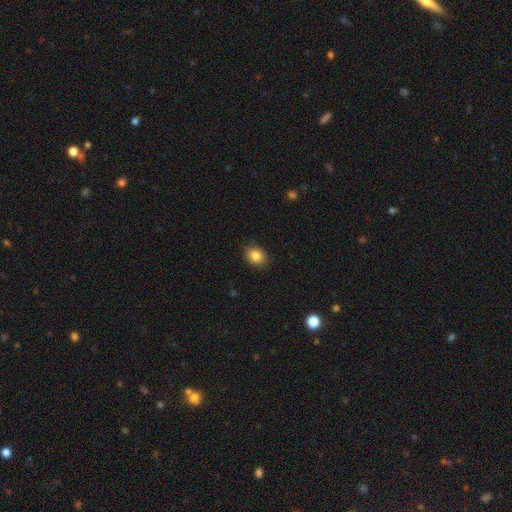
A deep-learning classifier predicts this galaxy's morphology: Smooth or featured: smooth — 84% (star or artifact — 9%)
How rounded: in between — 55% (round — 44%)
Merging: none — 88% (minor disturbance — 9%)